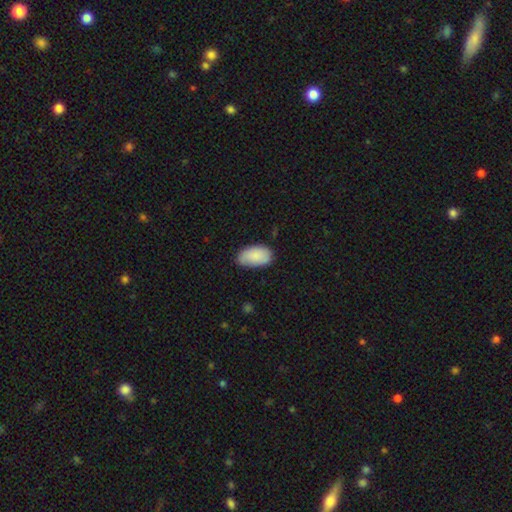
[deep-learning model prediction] Morphology: type=smooth (87%); roundness=in between (95%); merging=none (71%).